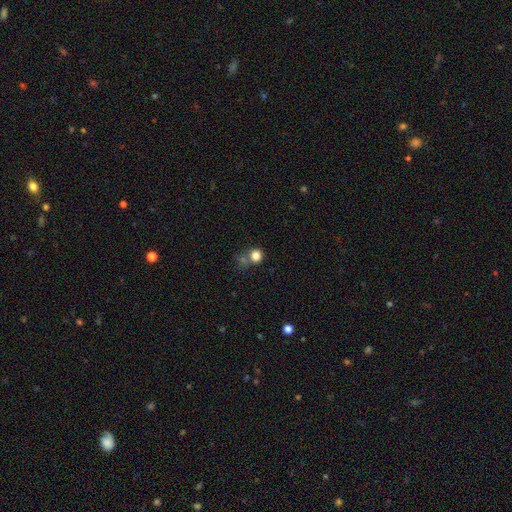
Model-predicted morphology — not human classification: Smooth or featured? Predicted: smooth (p=0.80). How rounded? Predicted: round (p=0.87). Merging? Predicted: none (p=0.57).